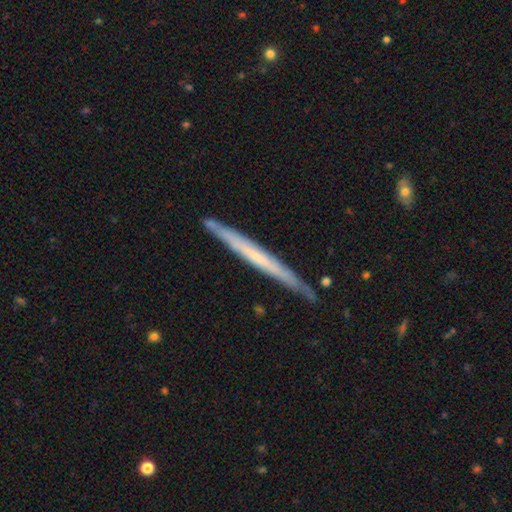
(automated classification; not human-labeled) Smooth or featured: featured or disk — 59% (smooth — 36%)
Edge-on disk: yes — 96% (no — 4%)
Edge-on bulge: none — 82% (rounded — 13%)
Merging: none — 86% (minor disturbance — 11%)